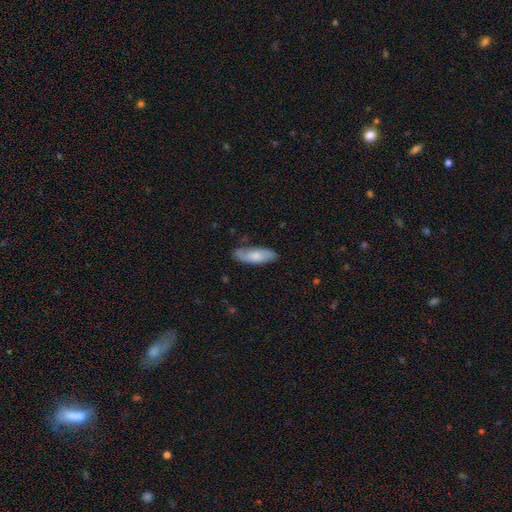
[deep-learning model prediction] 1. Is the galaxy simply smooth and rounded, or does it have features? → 66% smooth, 28% featured or disk, 6% star or artifact.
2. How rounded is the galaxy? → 66% in between, 32% cigar-shaped, 2% round.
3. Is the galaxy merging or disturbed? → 74% none, 20% minor disturbance, 4% major disturbance, 2% merger.